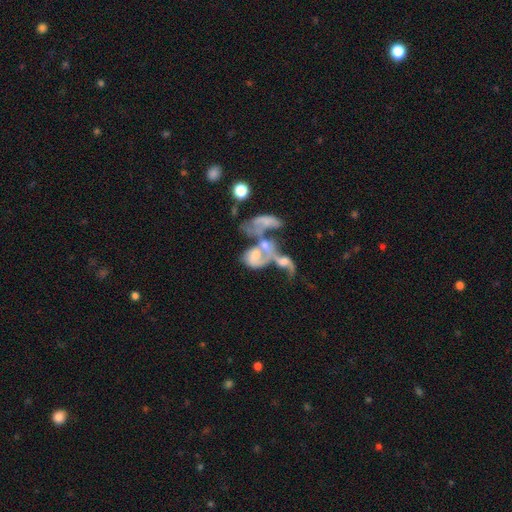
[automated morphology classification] Smooth or featured? featured or disk (60%)
Edge-on disk? no (96%)
Bar? no (80%)
Spiral arms? no (61%)
Bulge size? moderate (36%)
Merging? merger (69%)